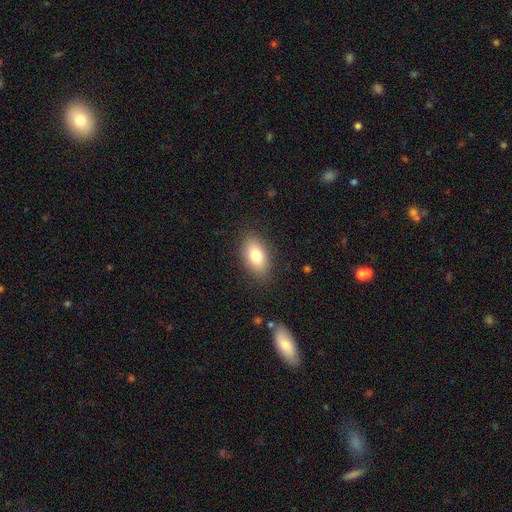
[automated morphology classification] A smooth galaxy with no disk features (79%) that is in between round and cigar-shaped (90%).

Vote fractions:
- Smooth or featured? smooth: 79% / featured or disk: 13% / star or artifact: 8%
- How rounded? in between: 90% / round: 7% / cigar-shaped: 4%
- Merging? none: 85% / minor disturbance: 11% / major disturbance: 3% / merger: 1%